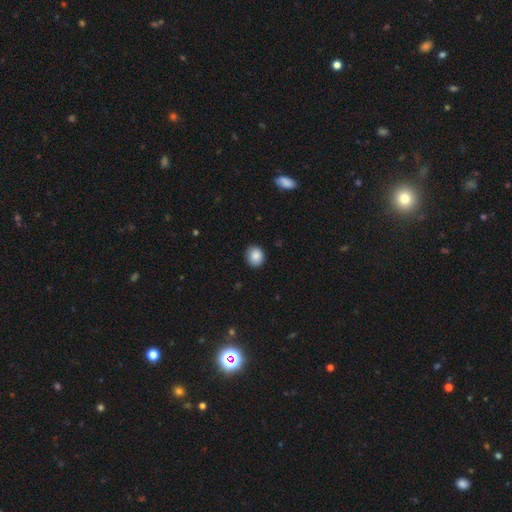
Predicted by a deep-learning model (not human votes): smooth_or_featured: smooth (p=0.87) [alt: star or artifact p=0.08]
how_rounded: round (p=0.70) [alt: in between p=0.29]
merging: none (p=0.88) [alt: minor disturbance p=0.10]